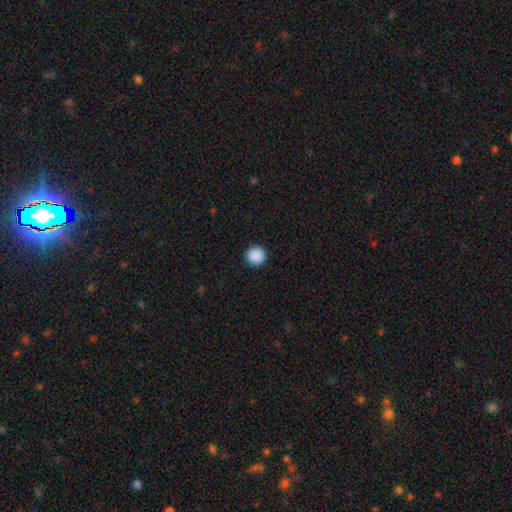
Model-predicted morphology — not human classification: smooth_or_featured: smooth (p=0.90) [alt: star or artifact p=0.08]
how_rounded: round (p=0.95) [alt: in between p=0.04]
merging: none (p=0.93) [alt: minor disturbance p=0.04]